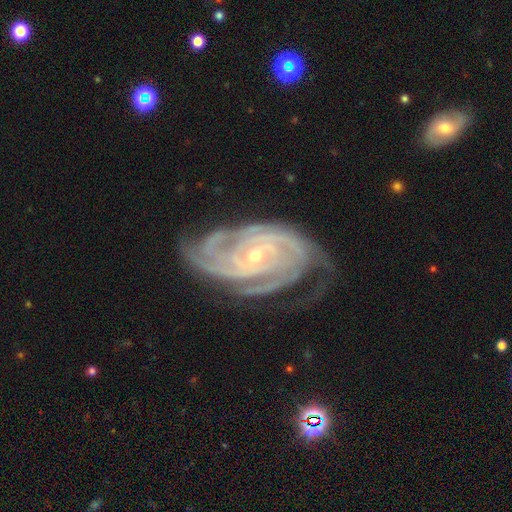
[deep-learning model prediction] Morphology: type=featured or disk (92%); edge-on=no (97%); bar=no (54%); spiral arms=yes (99%); winding=tight (78%); arm count=4 (32%); bulge=small (69%); merging=none (69%).